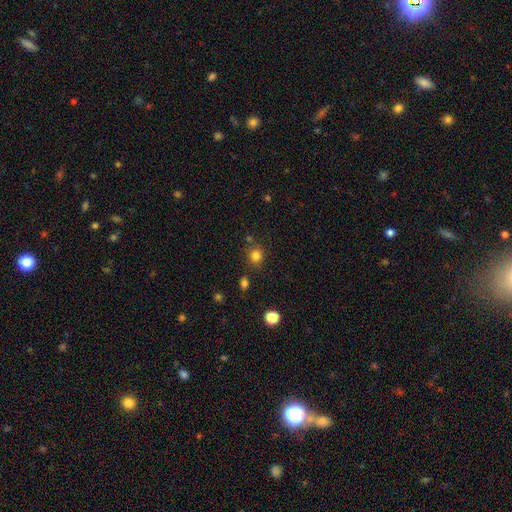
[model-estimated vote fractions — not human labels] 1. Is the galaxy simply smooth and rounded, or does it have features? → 82% smooth, 13% star or artifact, 5% featured or disk.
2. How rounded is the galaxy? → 85% round, 14% in between, 1% cigar-shaped.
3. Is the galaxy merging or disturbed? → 78% none, 12% minor disturbance, 6% merger, 4% major disturbance.